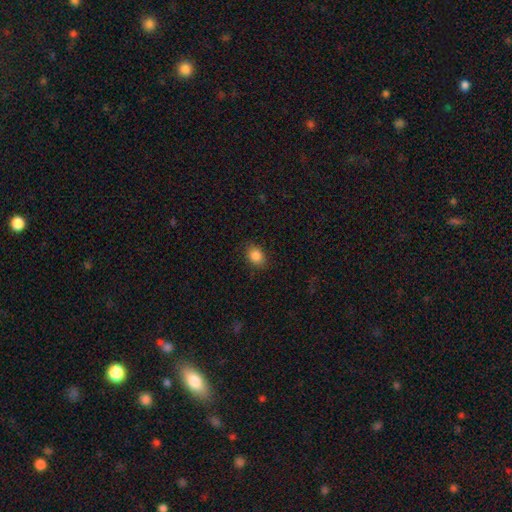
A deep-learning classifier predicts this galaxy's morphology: A smooth galaxy with no disk features (86%) that is in between round and cigar-shaped (65%).

Vote fractions:
- Smooth or featured? smooth: 86% / star or artifact: 10% / featured or disk: 5%
- How rounded? in between: 65% / round: 33% / cigar-shaped: 1%
- Merging? none: 84% / minor disturbance: 12% / major disturbance: 3% / merger: 1%